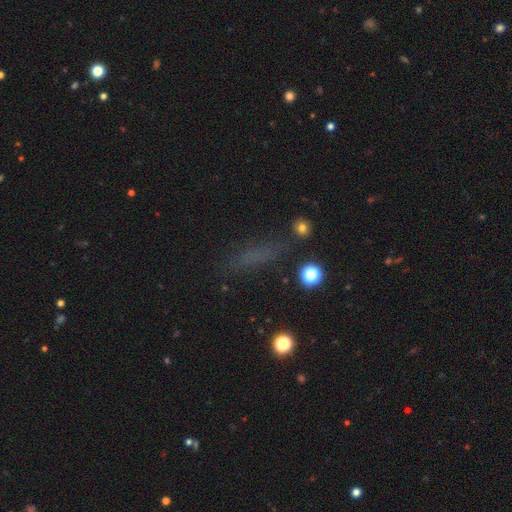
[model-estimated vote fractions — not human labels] A smooth galaxy with no disk features (54%) that is cigar-shaped (69%).

Vote fractions:
- Smooth or featured? smooth: 54% / star or artifact: 28% / featured or disk: 19%
- How rounded? cigar-shaped: 69% / in between: 23% / round: 9%
- Merging? none: 73% / minor disturbance: 14% / major disturbance: 7% / merger: 5%